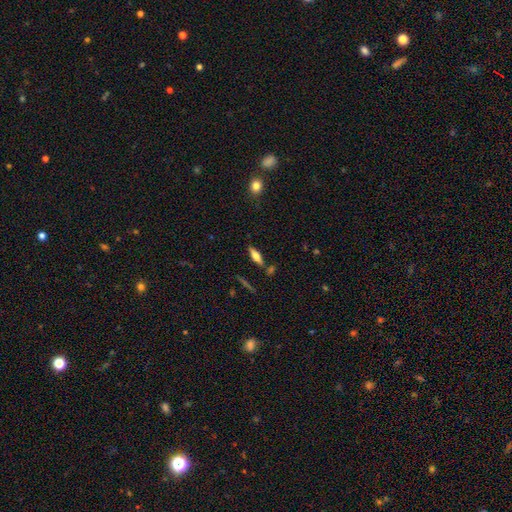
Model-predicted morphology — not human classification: Smooth or featured? Predicted: smooth (p=0.47). Merging? Predicted: none (p=0.77).